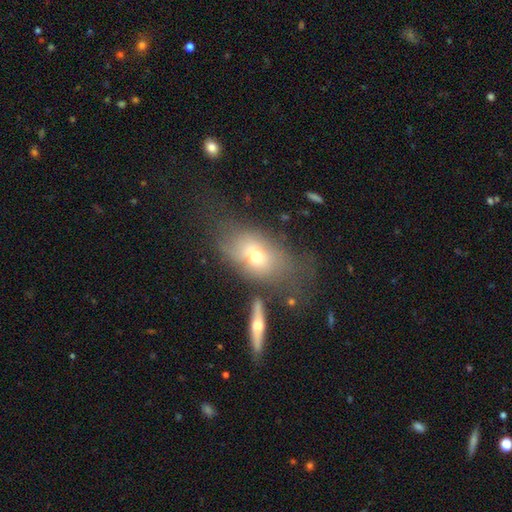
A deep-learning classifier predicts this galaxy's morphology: Q: Smooth or featured?
A: smooth (59%); runner-up: featured or disk (28%)
Q: How rounded?
A: in between (77%); runner-up: round (20%)
Q: Merging?
A: none (44%); runner-up: major disturbance (23%)